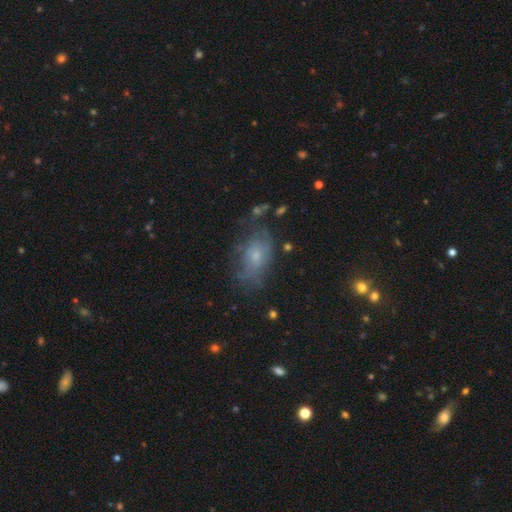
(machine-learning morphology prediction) The model was most divided on "smooth or featured": smooth: 47%, featured or disk: 40%, star or artifact: 12%. More confident: merging — none (54%).